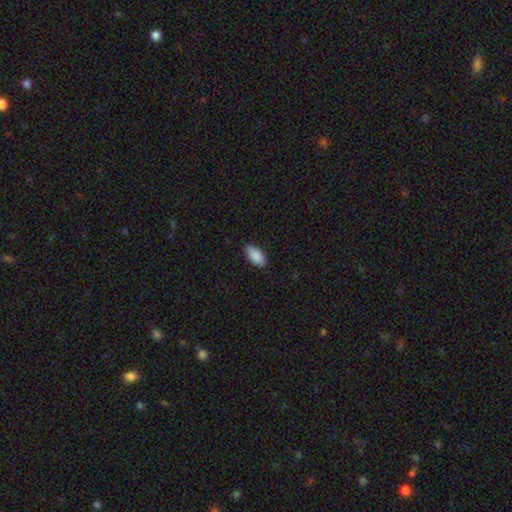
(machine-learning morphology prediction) The model was most divided on "merging": none: 85%, minor disturbance: 12%, major disturbance: 2%, merger: 1%. More confident: how rounded — in between (94%); smooth or featured — smooth (90%).